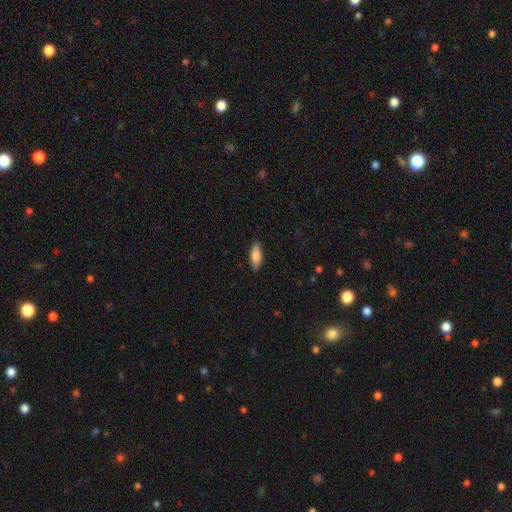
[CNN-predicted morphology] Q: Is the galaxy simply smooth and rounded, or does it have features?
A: smooth — 80%.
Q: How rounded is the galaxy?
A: in between — 57%.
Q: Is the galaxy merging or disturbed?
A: none — 89%.